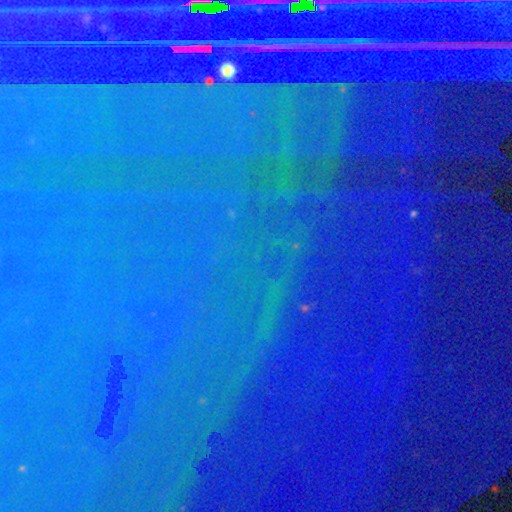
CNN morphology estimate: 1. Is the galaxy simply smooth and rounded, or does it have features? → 86% star or artifact, 7% smooth, 7% featured or disk.